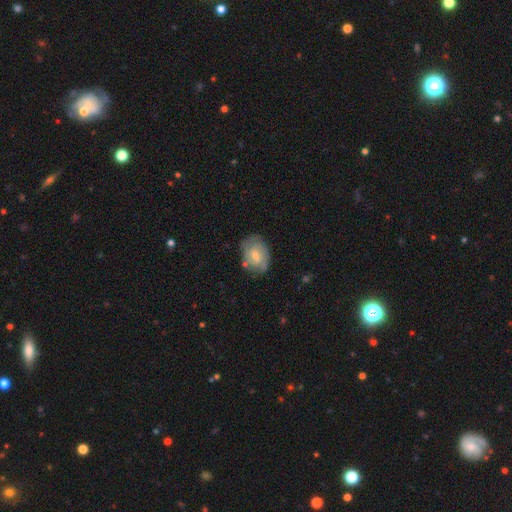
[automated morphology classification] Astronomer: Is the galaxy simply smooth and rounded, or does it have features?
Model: featured or disk — 52% (runner-up: smooth, 41%).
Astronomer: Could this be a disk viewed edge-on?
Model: no — 96%.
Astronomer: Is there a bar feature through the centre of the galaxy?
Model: no — 49% (runner-up: weak, 44%).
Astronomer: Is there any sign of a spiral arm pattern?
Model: yes — 74%.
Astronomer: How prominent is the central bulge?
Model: moderate — 45% (runner-up: small, 44%).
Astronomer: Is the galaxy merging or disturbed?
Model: none — 64%.